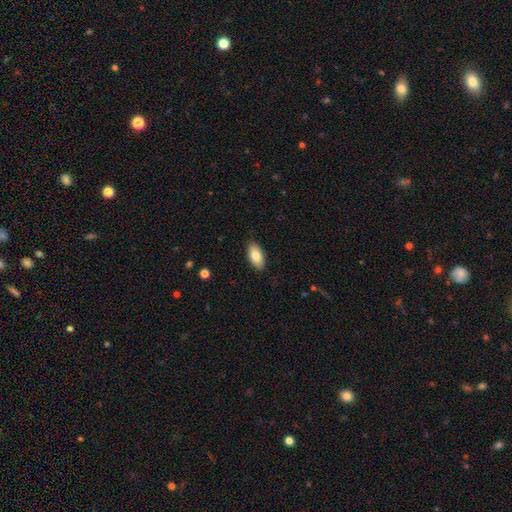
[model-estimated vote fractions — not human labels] smooth 81%, featured or disk 13%, star or artifact 7%. Down the decision tree: how rounded — in between (92%); merging — none (88%).